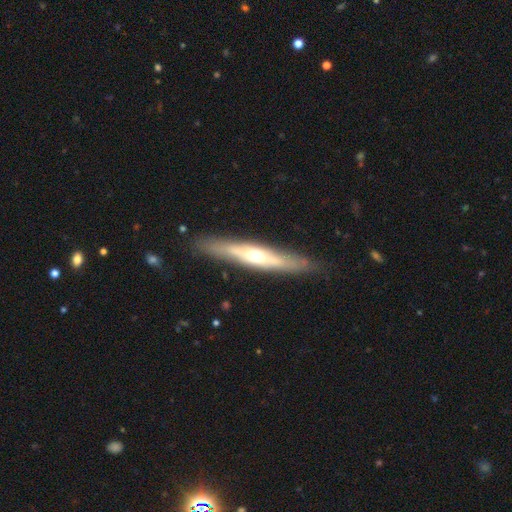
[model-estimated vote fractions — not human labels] The model was most divided on "smooth or featured": featured or disk: 58%, smooth: 36%, star or artifact: 6%. More confident: merging — none (85%); edge-on disk — yes (82%).